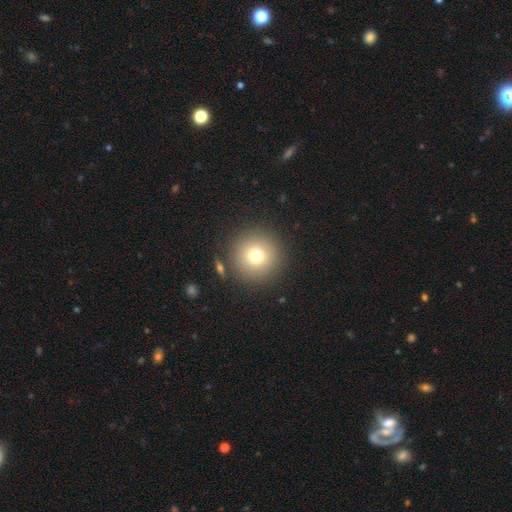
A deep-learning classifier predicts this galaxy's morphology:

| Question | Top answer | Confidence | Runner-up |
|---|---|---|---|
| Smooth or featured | smooth | 75% | star or artifact (13%) |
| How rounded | round | 96% | in between (3%) |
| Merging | none | 87% | minor disturbance (6%) |